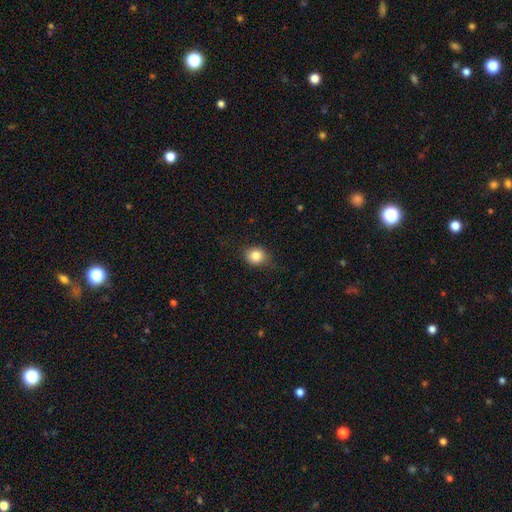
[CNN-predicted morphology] Smooth or featured? Predicted: smooth (p=0.82). How rounded? Predicted: round (p=0.66). Merging? Predicted: none (p=0.75).